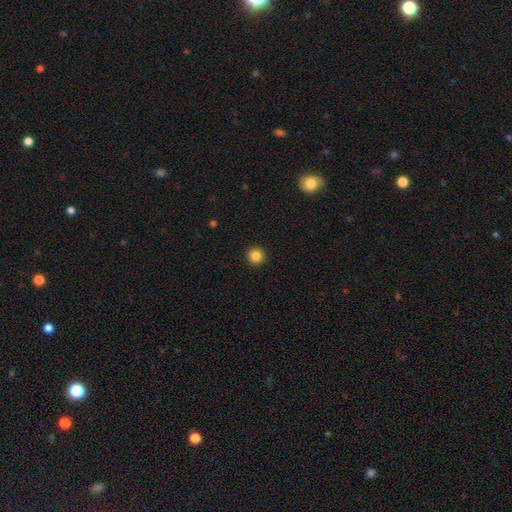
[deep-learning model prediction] Smooth or featured: smooth — 86% (star or artifact — 11%)
How rounded: round — 95% (in between — 4%)
Merging: none — 93% (minor disturbance — 4%)